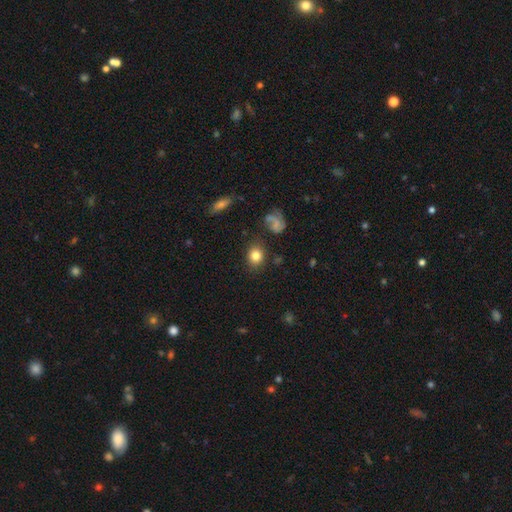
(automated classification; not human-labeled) smooth-or-featured: smooth: 81% | star or artifact: 10% | featured or disk: 9%
  how-rounded: round: 63% | in between: 36% | cigar-shaped: 1%
  merging: none: 81% | minor disturbance: 12% | major disturbance: 4% | merger: 3%